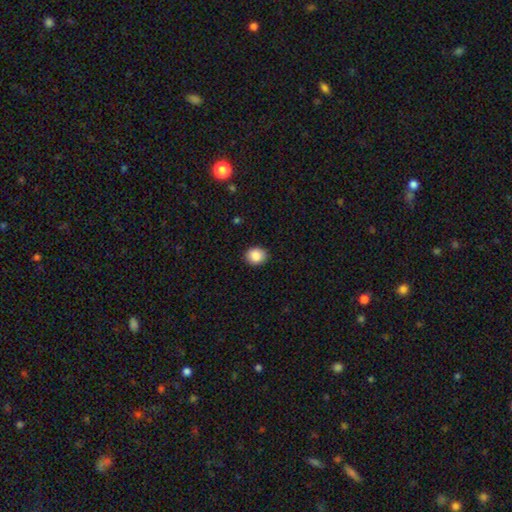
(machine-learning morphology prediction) Overall: smooth (87%). How rounded: round (65%; in between 34%). Merging: none (90%).